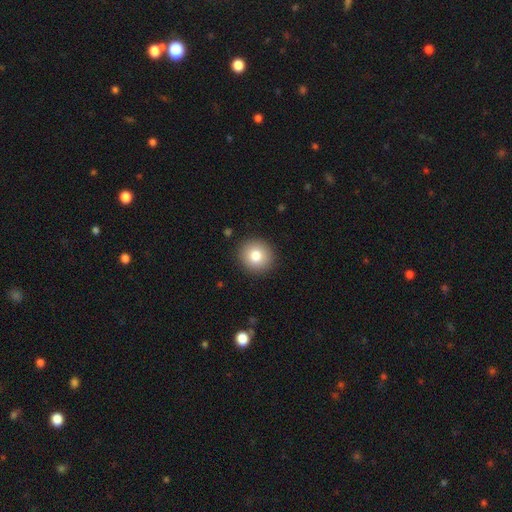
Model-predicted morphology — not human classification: Q: Smooth or featured?
A: smooth (82%); runner-up: star or artifact (9%)
Q: How rounded?
A: round (91%); runner-up: in between (8%)
Q: Merging?
A: none (91%); runner-up: minor disturbance (6%)